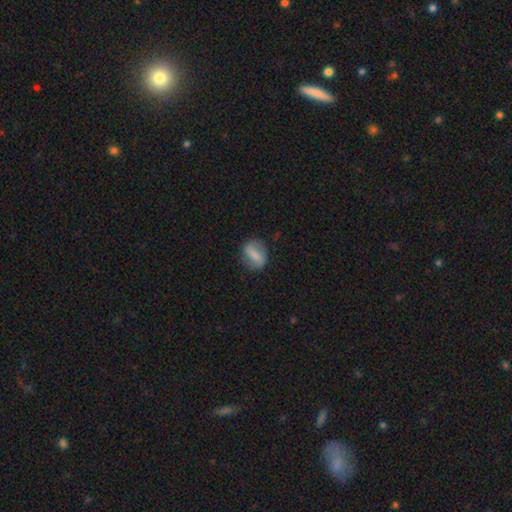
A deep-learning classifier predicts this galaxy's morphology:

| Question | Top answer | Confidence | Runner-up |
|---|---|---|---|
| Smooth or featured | smooth | 66% | featured or disk (26%) |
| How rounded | in between | 59% | round (35%) |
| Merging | none | 77% | minor disturbance (16%) |